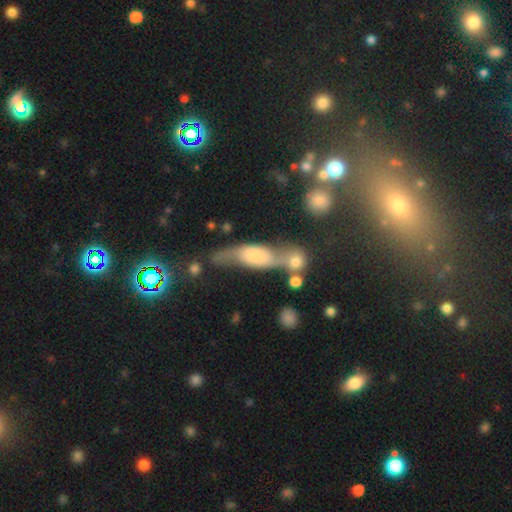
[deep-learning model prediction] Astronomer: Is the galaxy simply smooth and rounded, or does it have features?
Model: featured or disk — 58% (runner-up: smooth, 34%).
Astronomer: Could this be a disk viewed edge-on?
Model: no — 71%.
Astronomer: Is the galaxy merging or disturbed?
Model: none — 36% (runner-up: merger, 32%).